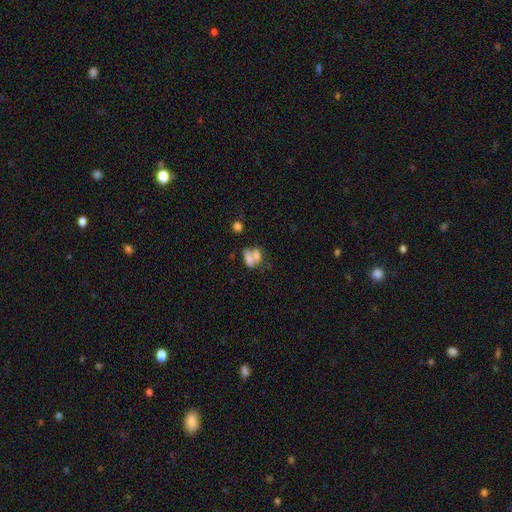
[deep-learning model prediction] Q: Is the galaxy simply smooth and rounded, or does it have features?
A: smooth — 65%.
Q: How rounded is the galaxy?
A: in between — 74%.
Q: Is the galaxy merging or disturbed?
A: merger — 54%.